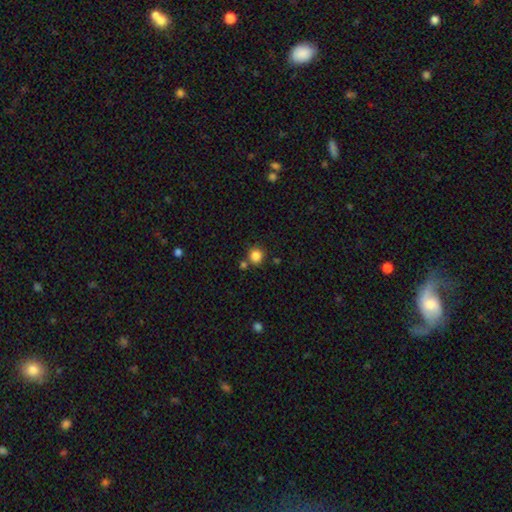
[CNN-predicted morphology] smooth 85%, star or artifact 11%, featured or disk 4%. Down the decision tree: how rounded — round (90%); merging — none (77%).